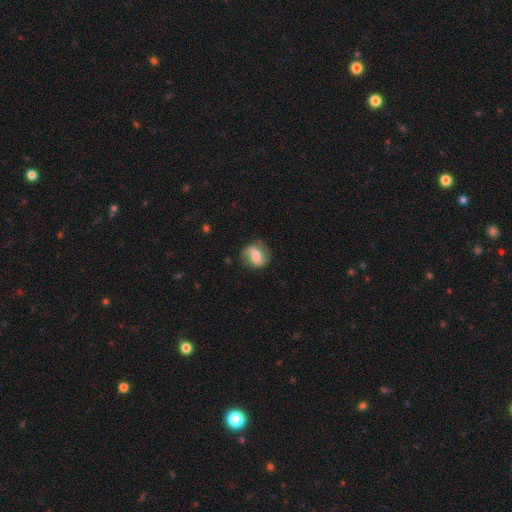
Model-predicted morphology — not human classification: A featured or disk galaxy (58%) with a weak bar (42%), spiral arms (88%) and a moderate central bulge (51%). Merging: none (70%).